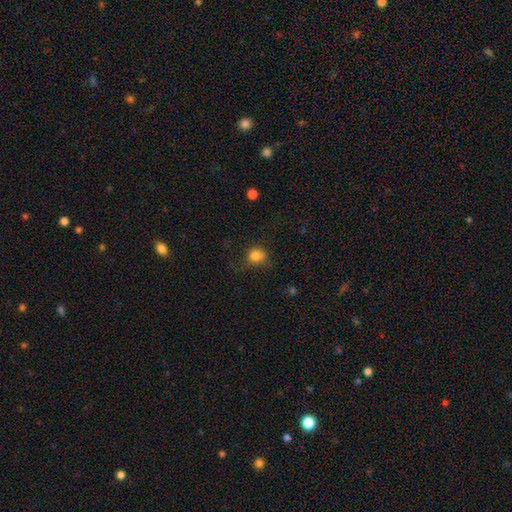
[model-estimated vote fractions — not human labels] Smooth or featured? Predicted: smooth (p=0.83). How rounded? Predicted: round (p=0.84). Merging? Predicted: none (p=0.67).